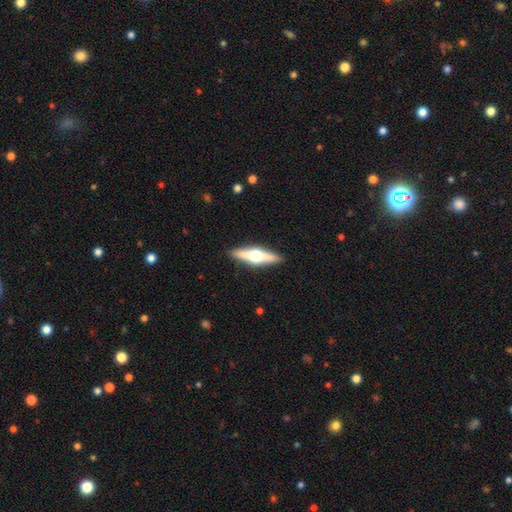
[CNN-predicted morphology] A featured or disk galaxy (66%) viewed edge-on (96%) with a rounded central bulge (95%).

Vote fractions:
- Smooth or featured? featured or disk: 66% / smooth: 28% / star or artifact: 6%
- Edge-on disk? yes: 96% / no: 4%
- Edge-on bulge? rounded: 95% / boxy: 3% / none: 2%
- Merging? none: 90% / minor disturbance: 7% / major disturbance: 2% / merger: 1%